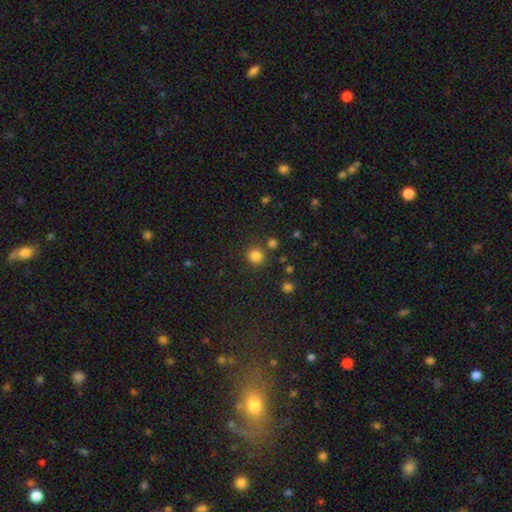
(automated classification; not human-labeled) This is clearly a smooth galaxy (82%). How rounded: clearly round (91%). Merging: clearly none (81%).